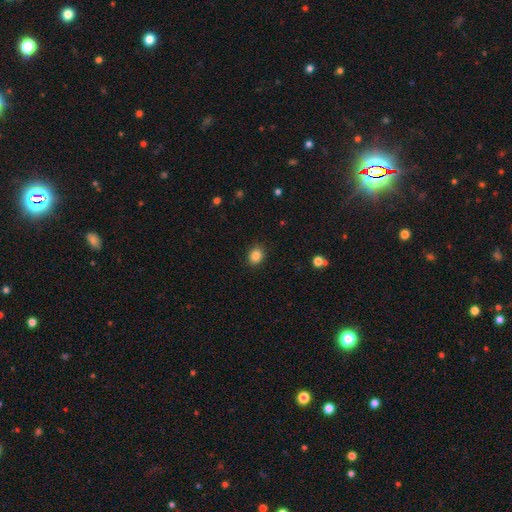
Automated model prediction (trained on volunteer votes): Morphology: type=smooth (85%); roundness=round (60%); merging=none (89%).